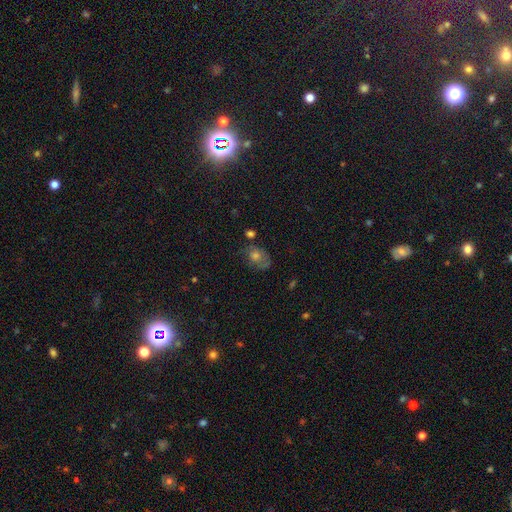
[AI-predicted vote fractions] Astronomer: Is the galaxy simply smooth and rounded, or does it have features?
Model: smooth — 48% (runner-up: featured or disk, 28%).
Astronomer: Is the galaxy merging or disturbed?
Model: none — 53%.